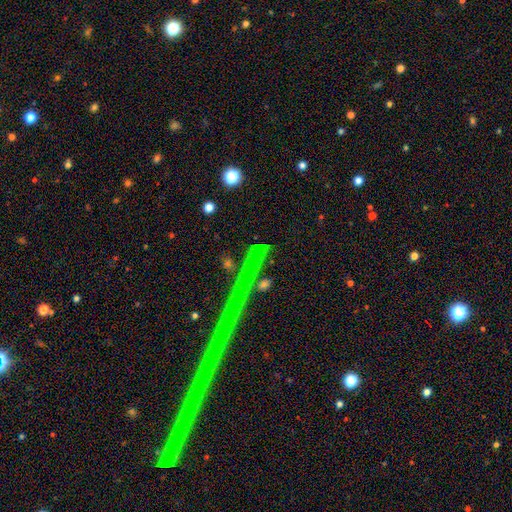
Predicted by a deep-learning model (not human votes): Overall: star or artifact (65%).